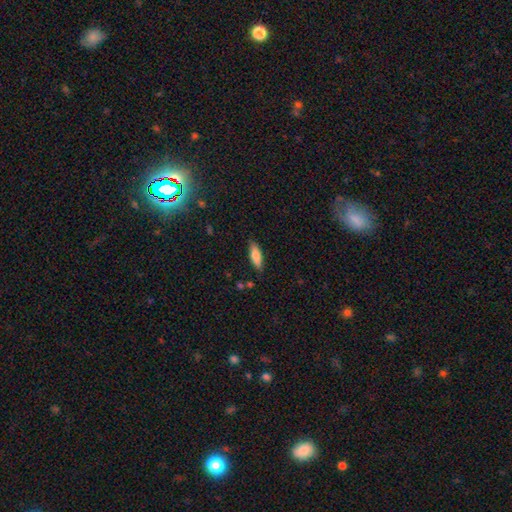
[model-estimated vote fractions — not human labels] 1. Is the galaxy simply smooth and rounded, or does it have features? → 77% smooth, 17% featured or disk, 6% star or artifact.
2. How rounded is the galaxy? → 56% in between, 42% cigar-shaped, 2% round.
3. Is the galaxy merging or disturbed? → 84% none, 12% minor disturbance, 2% major disturbance, 2% merger.